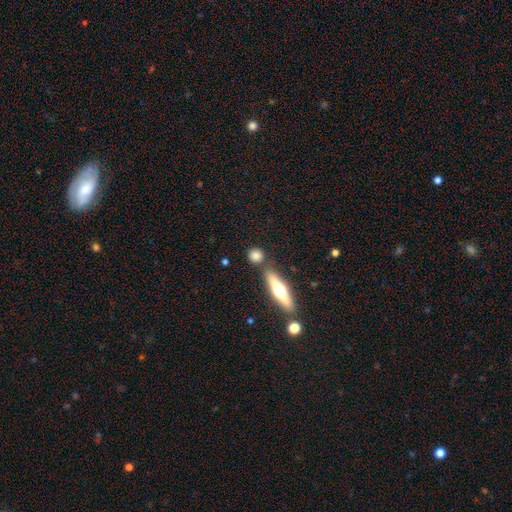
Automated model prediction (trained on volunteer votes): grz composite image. It shows a smooth galaxy with no disk features (77%) that is round (75%). Merging: none (75%).